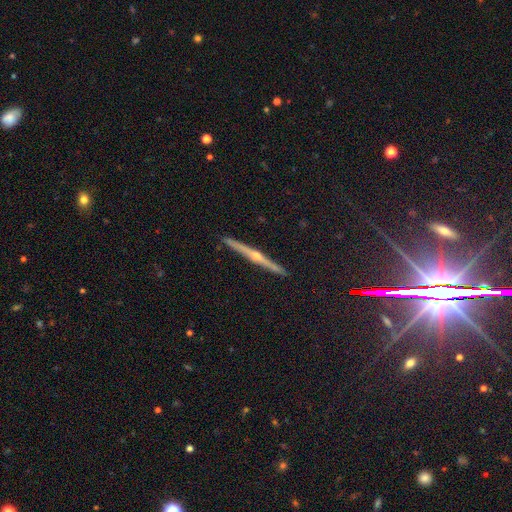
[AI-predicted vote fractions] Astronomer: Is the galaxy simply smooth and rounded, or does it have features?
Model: featured or disk — 66%.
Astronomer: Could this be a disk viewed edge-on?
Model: yes — 94%.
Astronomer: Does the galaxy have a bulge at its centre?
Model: rounded — 80%.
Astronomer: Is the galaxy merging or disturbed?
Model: none — 81%.